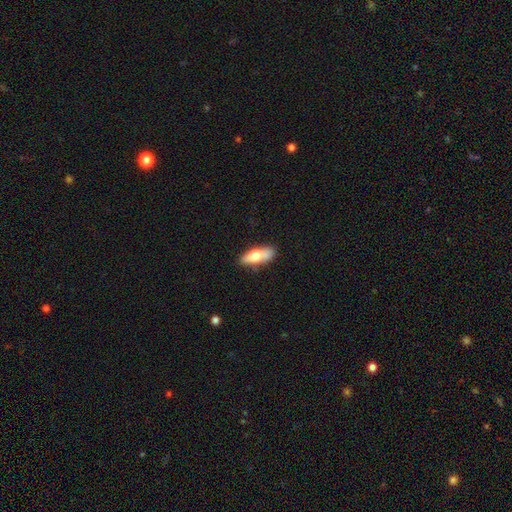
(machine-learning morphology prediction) This is likely a smooth galaxy (64%). How rounded: likely in between (71%). Merging: likely none (65%).